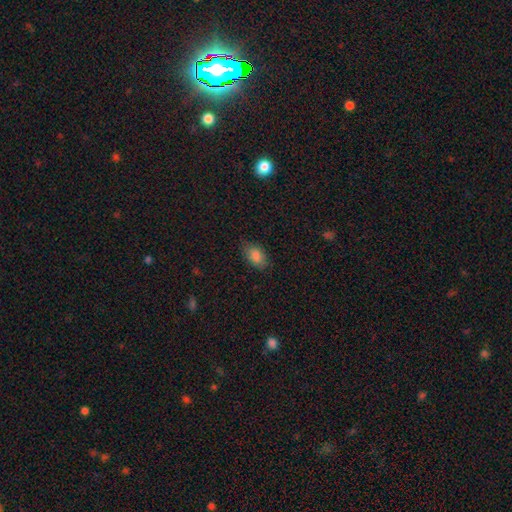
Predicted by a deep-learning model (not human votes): A smooth galaxy with no disk features (85%) that is in between round and cigar-shaped (90%). Merging: none (78%).